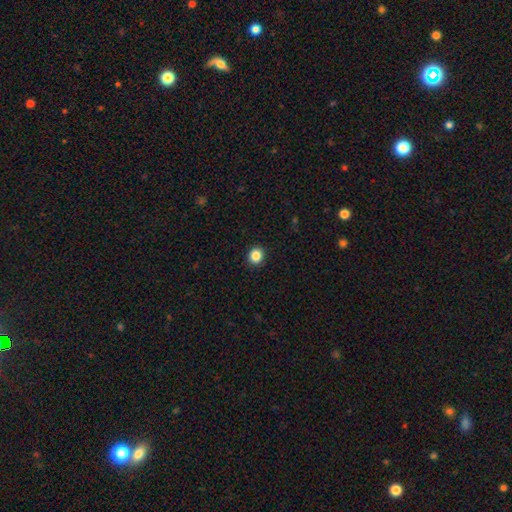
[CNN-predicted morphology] A smooth galaxy with no disk features (86%) that is round (86%). Merging: none (93%).